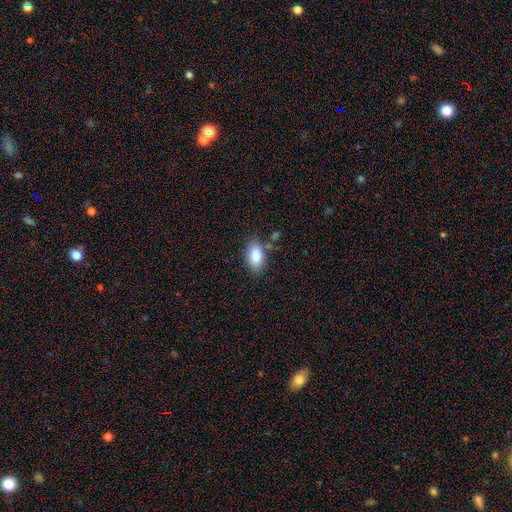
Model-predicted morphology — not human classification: smooth_or_featured: smooth (p=0.84) [alt: featured or disk p=0.08]
how_rounded: in between (p=0.92) [alt: round p=0.05]
merging: none (p=0.79) [alt: minor disturbance p=0.13]